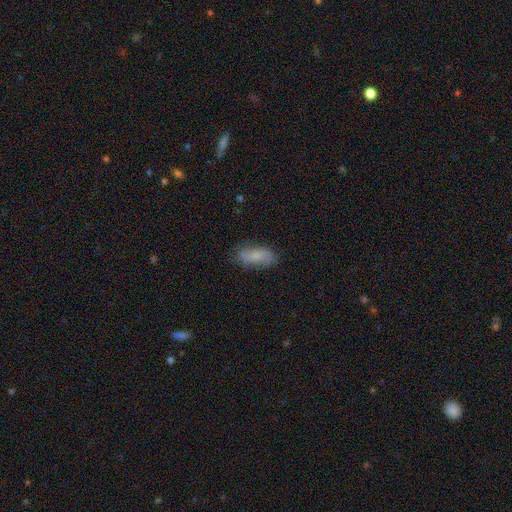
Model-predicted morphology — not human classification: smooth 69%, featured or disk 23%, star or artifact 7%. Down the decision tree: how rounded — in between (84%); merging — none (72%).